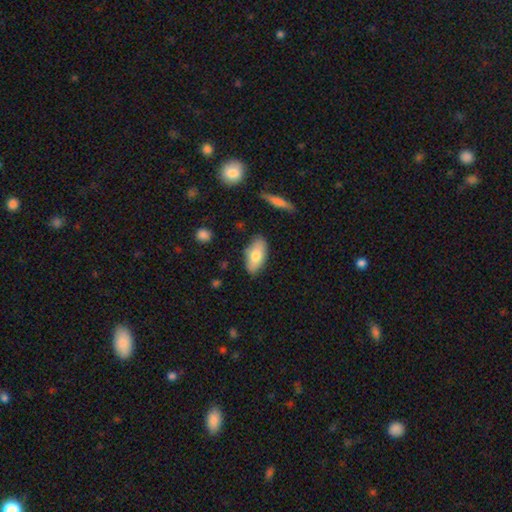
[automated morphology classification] Q: Smooth or featured?
A: smooth (74%); runner-up: featured or disk (19%)
Q: How rounded?
A: in between (89%); runner-up: cigar-shaped (8%)
Q: Merging?
A: none (81%); runner-up: minor disturbance (14%)